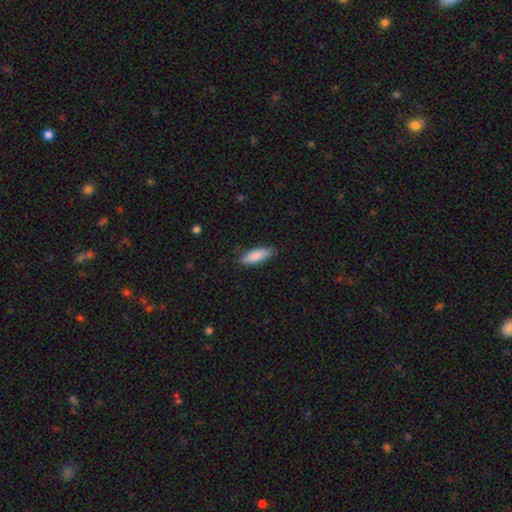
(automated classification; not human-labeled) Smooth or featured: smooth — 85% (featured or disk — 9%)
How rounded: in between — 59% (cigar-shaped — 40%)
Merging: none — 83% (minor disturbance — 14%)